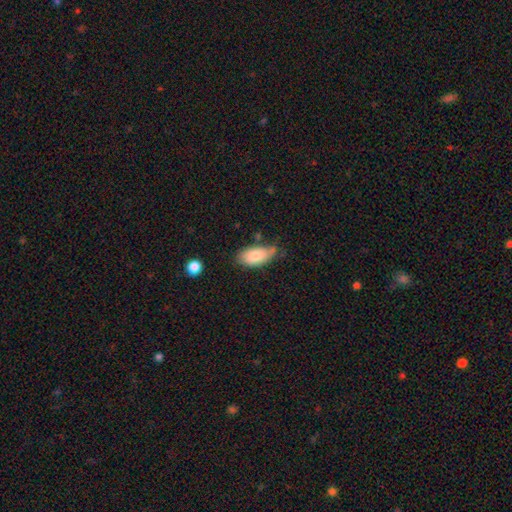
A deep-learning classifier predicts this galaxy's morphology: This is likely a smooth galaxy (79%). How rounded: clearly in between (93%). Merging: possibly none (56%).